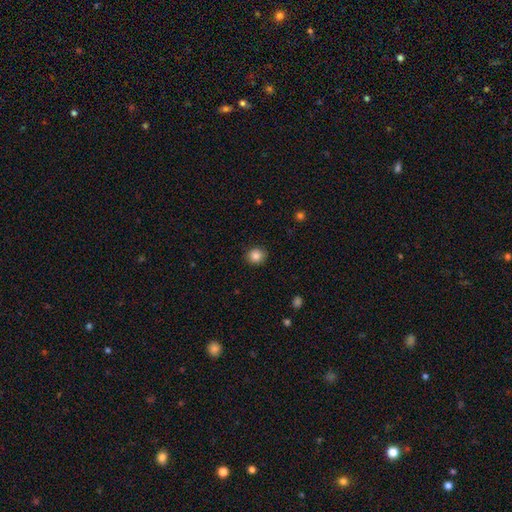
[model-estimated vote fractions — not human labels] This is clearly a smooth galaxy (85%). How rounded: clearly round (85%). Merging: clearly none (91%).